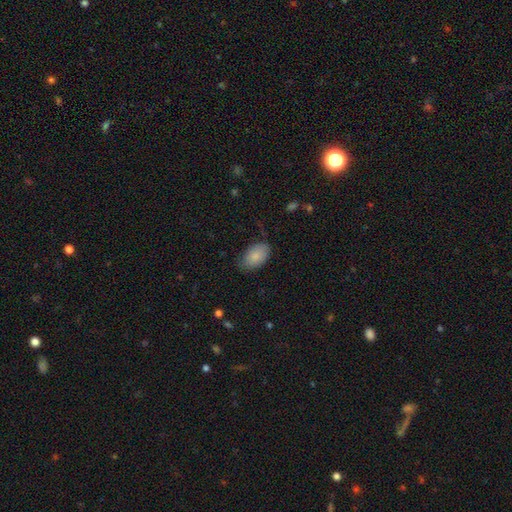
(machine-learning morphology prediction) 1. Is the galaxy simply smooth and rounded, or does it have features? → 85% smooth, 8% featured or disk, 7% star or artifact.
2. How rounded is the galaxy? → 91% in between, 7% round, 1% cigar-shaped.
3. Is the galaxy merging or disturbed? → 72% none, 22% minor disturbance, 4% major disturbance, 1% merger.